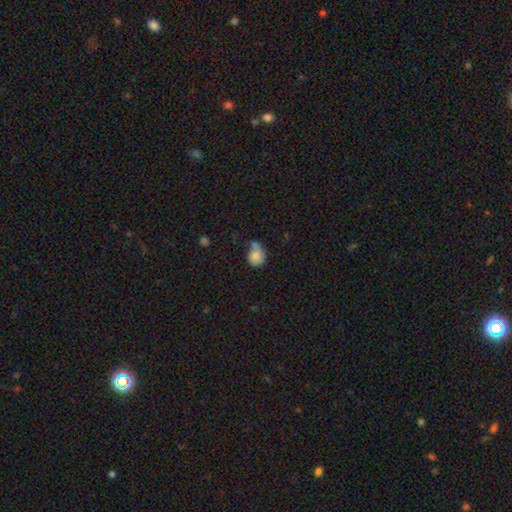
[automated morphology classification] The model was most divided on "merging": none: 38%, minor disturbance: 28%, merger: 19%, major disturbance: 15%. More confident: smooth or featured — smooth (78%); how rounded — round (67%).